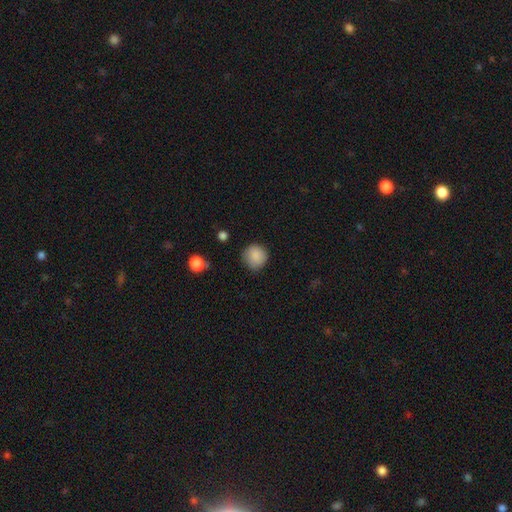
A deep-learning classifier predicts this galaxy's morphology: Smooth or featured: smooth — 87% (star or artifact — 9%)
How rounded: round — 92% (in between — 7%)
Merging: none — 83% (minor disturbance — 13%)